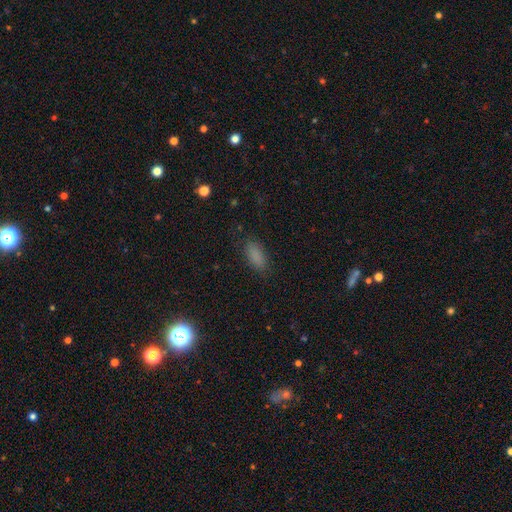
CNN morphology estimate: smooth-or-featured: smooth: 84% | star or artifact: 11% | featured or disk: 5%
  how-rounded: in between: 83% | cigar-shaped: 14% | round: 3%
  merging: none: 83% | minor disturbance: 12% | major disturbance: 4% | merger: 1%